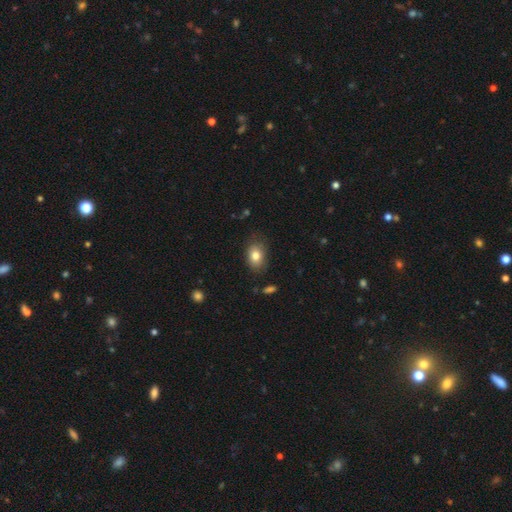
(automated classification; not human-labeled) A smooth galaxy with no disk features (81%) that is in between round and cigar-shaped (78%). Merging: none (79%).